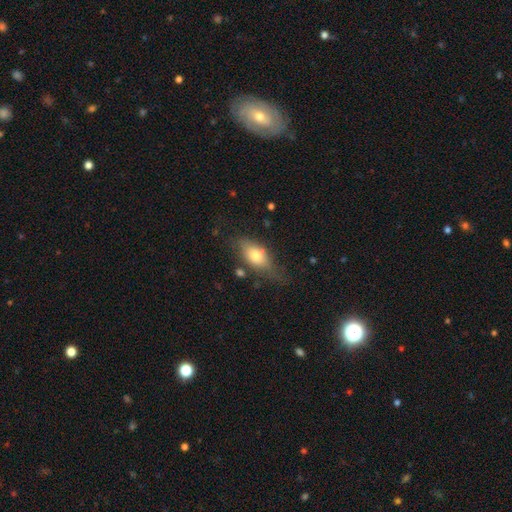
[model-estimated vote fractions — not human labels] This is likely a smooth galaxy (69%). How rounded: clearly in between (82%). Merging: possibly none (55%).